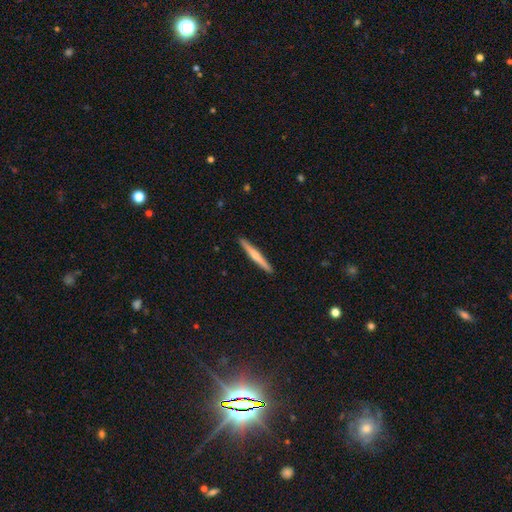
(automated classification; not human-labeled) Q: Smooth or featured?
A: featured or disk (50%); runner-up: smooth (45%)
Q: Merging?
A: none (92%); runner-up: minor disturbance (5%)